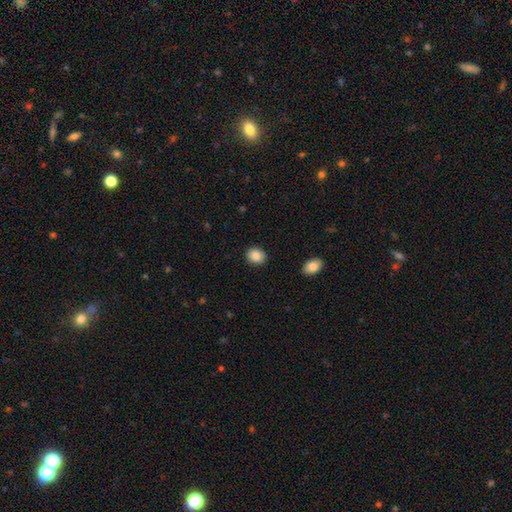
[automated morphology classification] This appears to be a smooth galaxy with no disk features (87%) that is round (59%). Merging: none (90%).